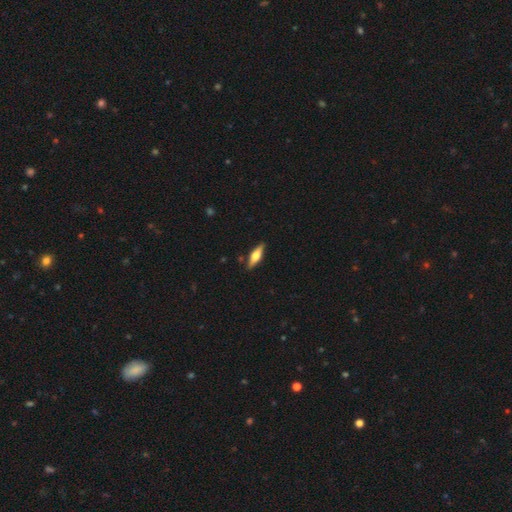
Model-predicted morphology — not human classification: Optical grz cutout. It shows a featured or disk galaxy (49%). Merging: none (87%).